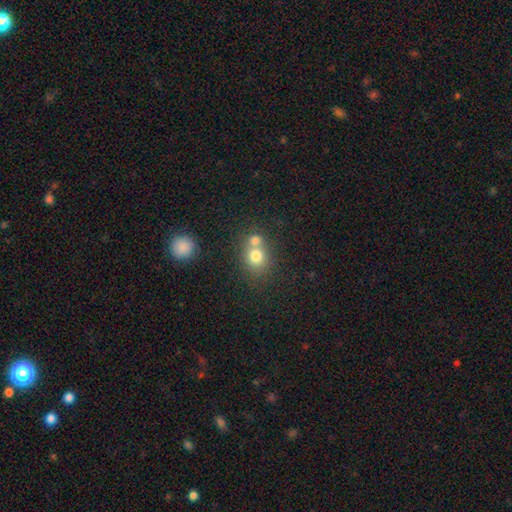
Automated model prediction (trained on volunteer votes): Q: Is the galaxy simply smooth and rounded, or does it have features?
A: smooth — 76%.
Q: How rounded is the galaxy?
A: round — 75%.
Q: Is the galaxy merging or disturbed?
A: merger — 52%.